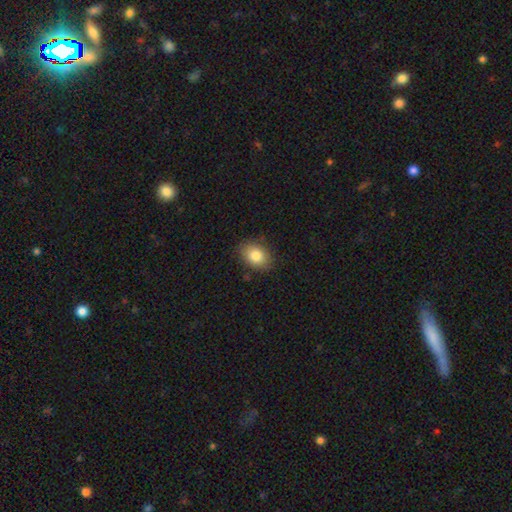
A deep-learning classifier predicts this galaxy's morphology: A smooth galaxy with no disk features (84%) that is in between round and cigar-shaped (75%). Merging: none (85%).